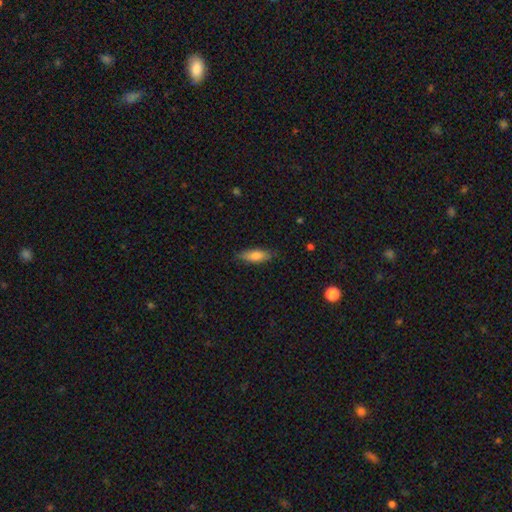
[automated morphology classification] A smooth galaxy with no disk features (76%) that is in between round and cigar-shaped (61%). Merging: none (79%).